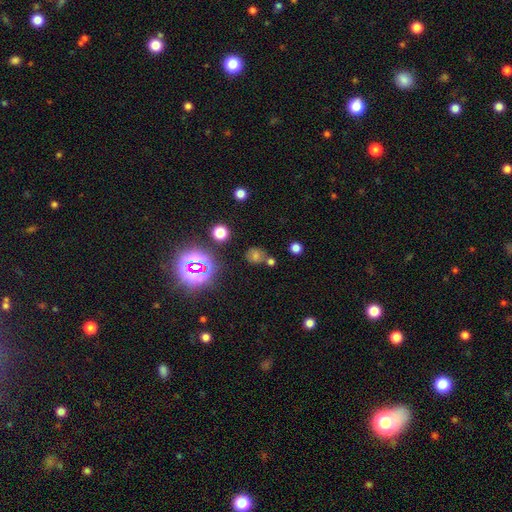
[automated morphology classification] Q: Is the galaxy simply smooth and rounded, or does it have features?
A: star or artifact — 49%.